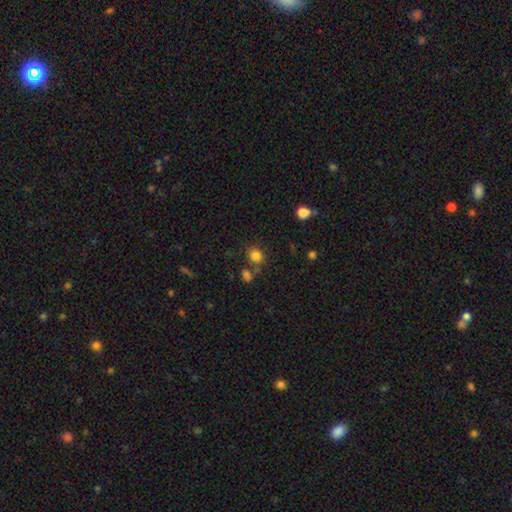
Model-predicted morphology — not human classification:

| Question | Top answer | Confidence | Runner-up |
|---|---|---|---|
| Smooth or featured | smooth | 81% | star or artifact (13%) |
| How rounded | round | 78% | in between (21%) |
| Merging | none | 67% | merger (16%) |